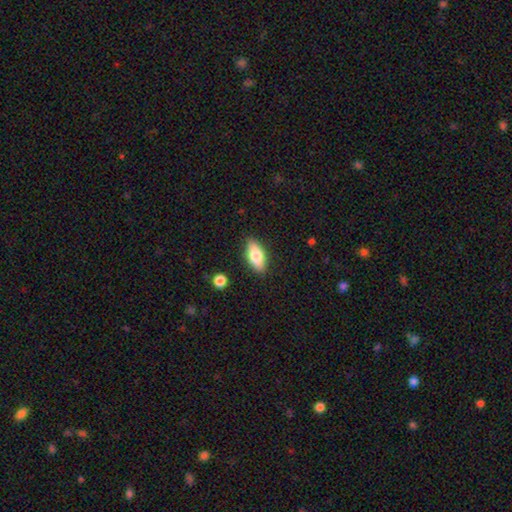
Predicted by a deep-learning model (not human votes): A smooth galaxy with no disk features (75%) that is in between round and cigar-shaped (84%).

Vote fractions:
- Smooth or featured? smooth: 75% / featured or disk: 19% / star or artifact: 7%
- How rounded? in between: 84% / cigar-shaped: 13% / round: 3%
- Merging? none: 86% / minor disturbance: 10% / major disturbance: 2% / merger: 2%